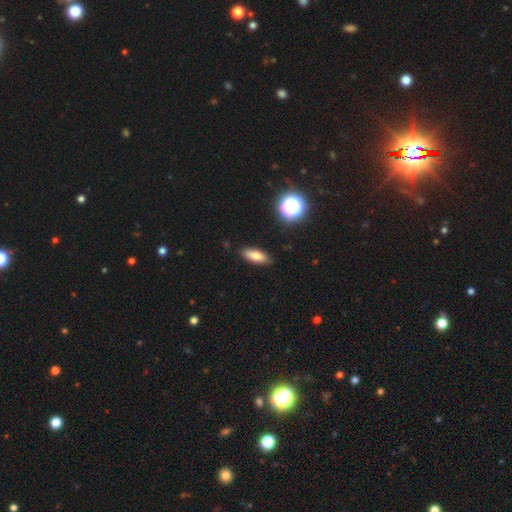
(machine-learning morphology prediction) Overall: smooth (79%). How rounded: in between (67%; cigar-shaped 29%). Merging: none (86%).